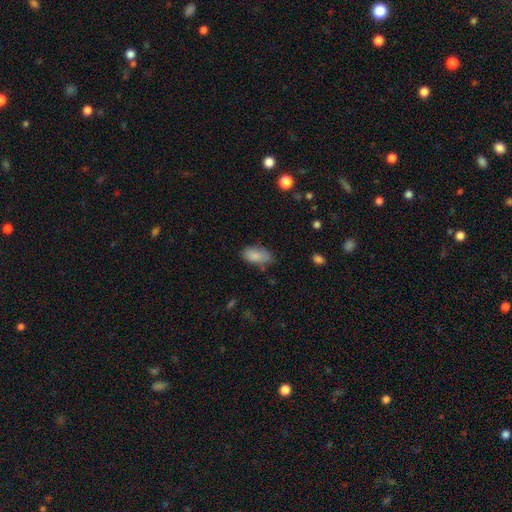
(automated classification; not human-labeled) Smooth or featured? smooth (85%)
How rounded? in between (92%)
Merging? none (60%)